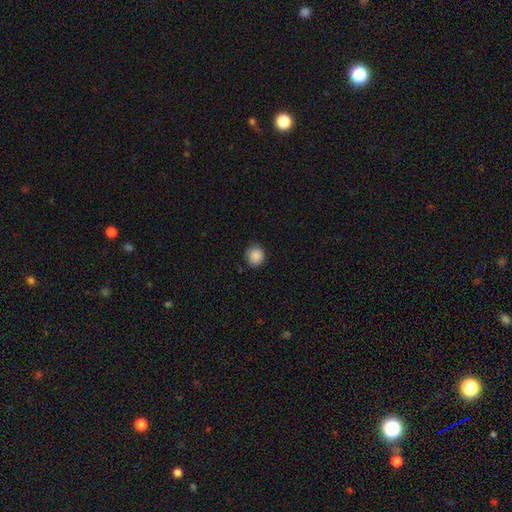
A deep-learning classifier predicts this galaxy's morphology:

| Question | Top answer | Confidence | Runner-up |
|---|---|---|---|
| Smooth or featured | smooth | 88% | star or artifact (9%) |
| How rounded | round | 87% | in between (13%) |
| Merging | none | 82% | minor disturbance (15%) |